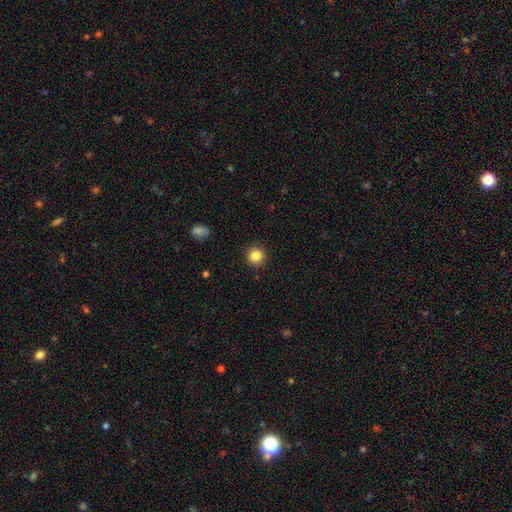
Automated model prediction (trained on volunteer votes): Smooth or featured?
  - smooth: 84% *
  - star or artifact: 11%
  - featured or disk: 5%
How rounded?
  - round: 94% *
  - in between: 5%
  - cigar-shaped: 1%
Merging?
  - none: 91% *
  - minor disturbance: 6%
  - major disturbance: 2%
  - merger: 1%